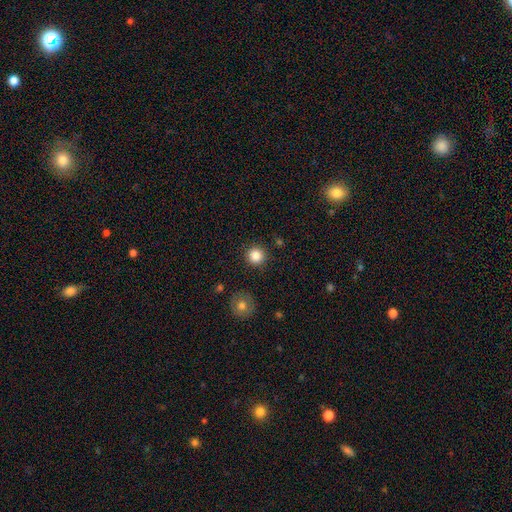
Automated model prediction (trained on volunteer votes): Morphology: type=smooth (84%); roundness=round (95%); merging=none (90%).